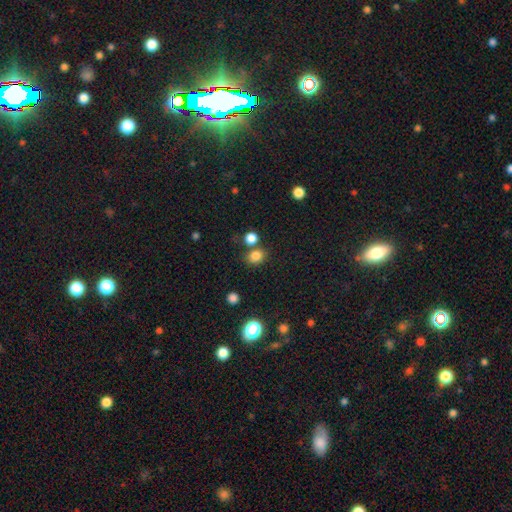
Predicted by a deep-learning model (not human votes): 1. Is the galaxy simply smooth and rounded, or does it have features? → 81% smooth, 14% star or artifact, 5% featured or disk.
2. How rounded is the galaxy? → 59% round, 40% in between, 1% cigar-shaped.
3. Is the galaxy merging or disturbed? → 67% none, 19% merger, 11% minor disturbance, 4% major disturbance.